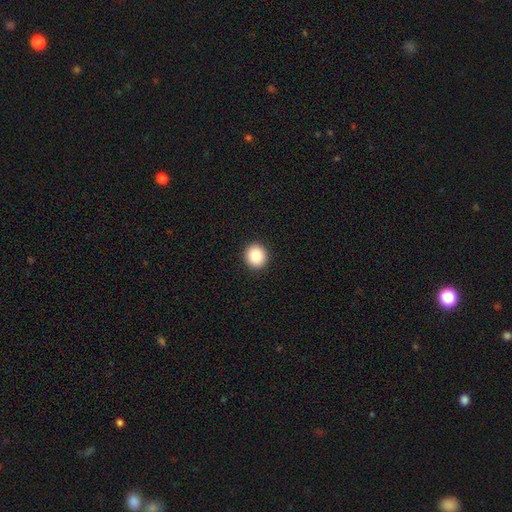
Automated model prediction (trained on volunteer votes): smooth_or_featured: smooth (p=0.85) [alt: star or artifact p=0.09]
how_rounded: round (p=0.89) [alt: in between p=0.10]
merging: none (p=0.93) [alt: minor disturbance p=0.05]